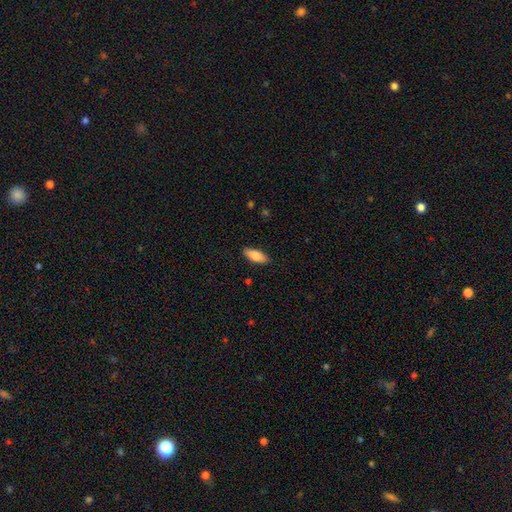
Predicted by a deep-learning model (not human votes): smooth-or-featured: smooth: 79% | featured or disk: 15% | star or artifact: 6%
  how-rounded: in between: 76% | cigar-shaped: 22% | round: 2%
  merging: none: 88% | minor disturbance: 9% | major disturbance: 2% | merger: 1%